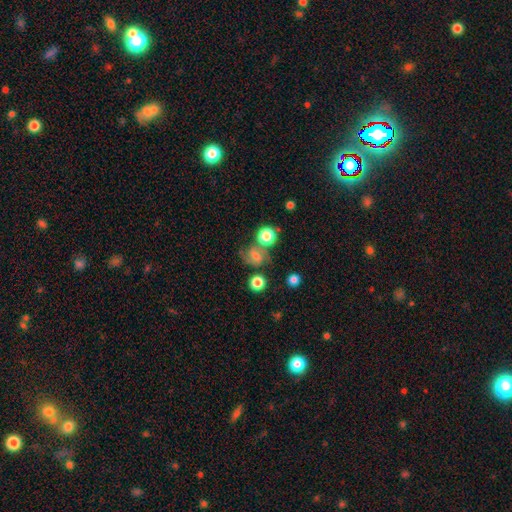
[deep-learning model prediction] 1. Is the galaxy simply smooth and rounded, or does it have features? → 47% smooth, 36% featured or disk, 17% star or artifact.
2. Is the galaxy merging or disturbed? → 58% none, 17% merger, 17% minor disturbance, 9% major disturbance.